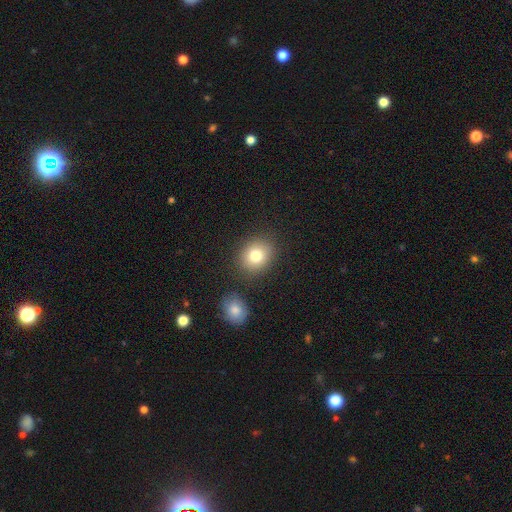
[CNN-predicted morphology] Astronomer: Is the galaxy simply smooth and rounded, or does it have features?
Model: smooth — 80%.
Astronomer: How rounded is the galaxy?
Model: round — 65%.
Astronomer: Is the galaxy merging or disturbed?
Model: none — 79%.